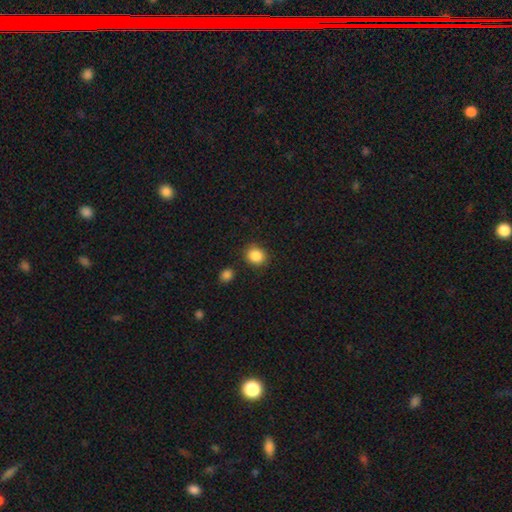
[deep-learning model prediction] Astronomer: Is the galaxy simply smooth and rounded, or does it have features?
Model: smooth — 87%.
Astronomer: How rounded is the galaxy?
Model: round — 74%.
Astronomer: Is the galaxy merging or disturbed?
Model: none — 83%.